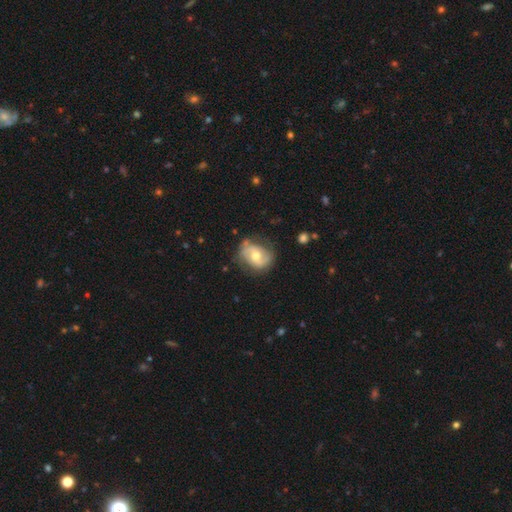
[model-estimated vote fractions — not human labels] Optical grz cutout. It shows a featured or disk galaxy (64%) with no bar (53%), spiral arms (80%) and a moderate central bulge (71%). Merging: none (68%).